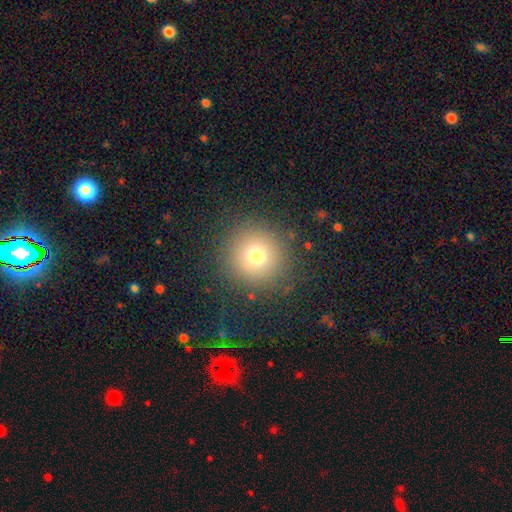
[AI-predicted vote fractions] Overall: smooth (73%). How rounded: round (95%). Merging: none (86%).